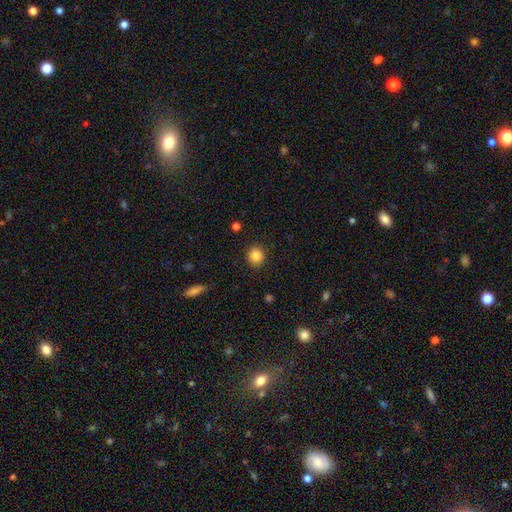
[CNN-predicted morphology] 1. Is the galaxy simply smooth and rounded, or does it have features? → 86% smooth, 10% star or artifact, 4% featured or disk.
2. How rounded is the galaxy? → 88% round, 11% in between, 1% cigar-shaped.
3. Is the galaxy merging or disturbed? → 90% none, 6% minor disturbance, 2% major disturbance, 1% merger.